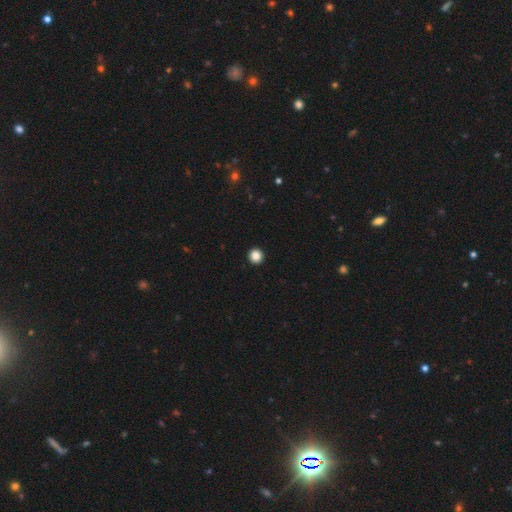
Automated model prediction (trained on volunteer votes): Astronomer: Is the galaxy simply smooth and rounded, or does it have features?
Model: smooth — 87%.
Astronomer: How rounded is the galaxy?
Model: round — 94%.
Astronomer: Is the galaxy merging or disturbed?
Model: none — 94%.